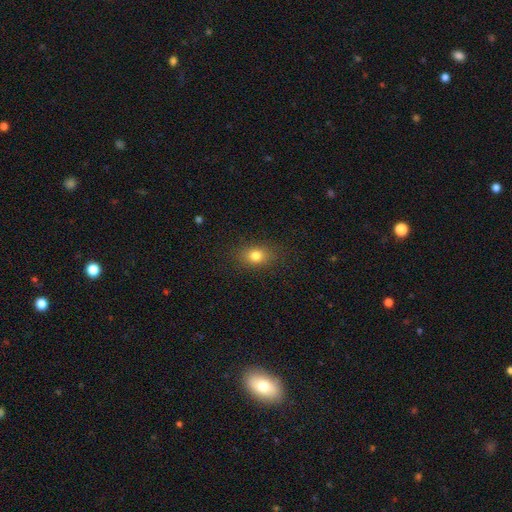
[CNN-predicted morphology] Q: Smooth or featured?
A: smooth (80%); runner-up: star or artifact (12%)
Q: How rounded?
A: in between (63%); runner-up: round (35%)
Q: Merging?
A: none (86%); runner-up: minor disturbance (10%)